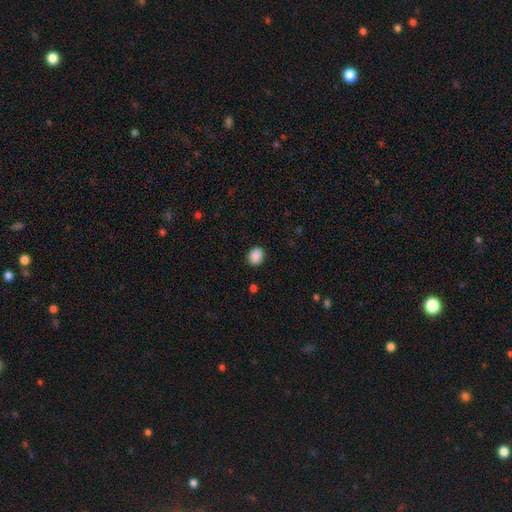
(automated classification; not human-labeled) This is clearly a smooth galaxy (89%). How rounded: possibly round (52%). Merging: clearly none (89%).